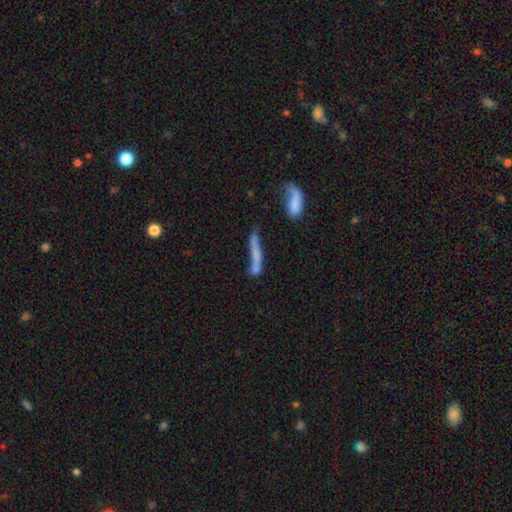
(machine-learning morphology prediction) smooth 53%, featured or disk 35%, star or artifact 12%. Down the decision tree: how rounded — cigar-shaped (87%); merging — none (42%).